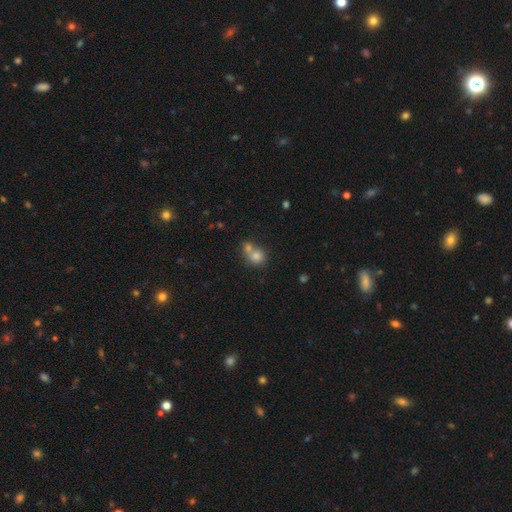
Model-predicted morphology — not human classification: The model was most divided on "merging": merger: 54%, none: 34%, minor disturbance: 8%, major disturbance: 4%. More confident: how rounded — round (76%); smooth or featured — smooth (76%).